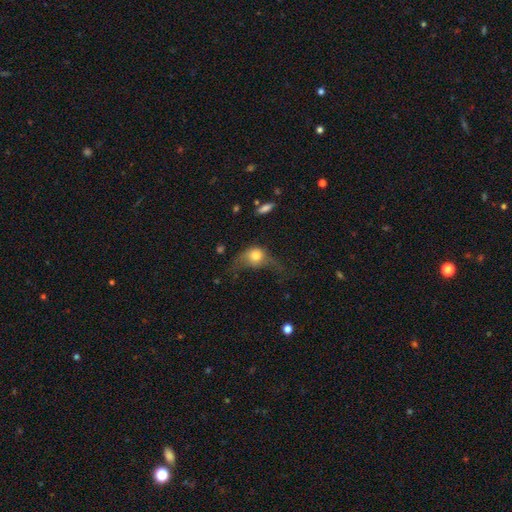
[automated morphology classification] smooth-or-featured: smooth: 66% | featured or disk: 25% | star or artifact: 10%
  how-rounded: round: 58% | in between: 39% | cigar-shaped: 3%
  merging: major disturbance: 47% | minor disturbance: 24% | none: 24% | merger: 4%